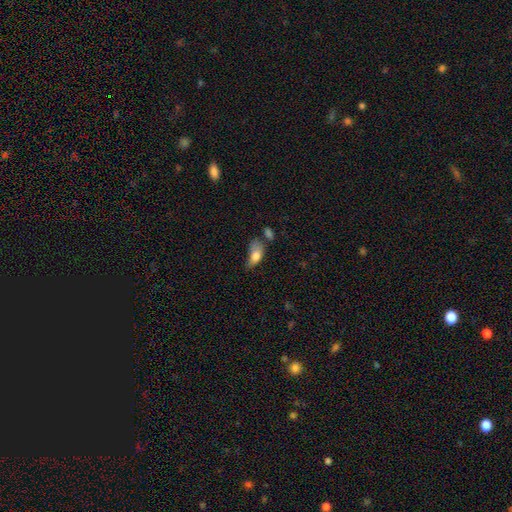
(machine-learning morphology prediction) Overall: smooth (75%). How rounded: in between (86%). Merging: minor disturbance (33%; major disturbance 31%).